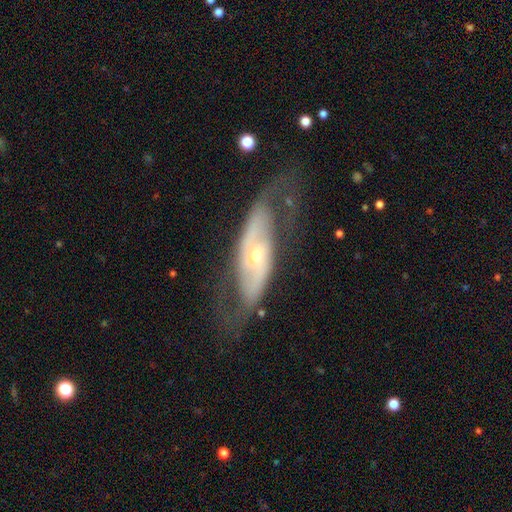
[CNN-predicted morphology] smooth_or_featured: featured or disk (p=0.77) [alt: smooth p=0.17]
disk_edge_on: no (p=0.82) [alt: yes p=0.18]
bar: no (p=0.56) [alt: weak p=0.25]
has_spiral_arms: yes (p=0.74) [alt: no p=0.26]
bulge_size: small (p=0.54) [alt: moderate p=0.41]
merging: none (p=0.63) [alt: minor disturbance p=0.18]